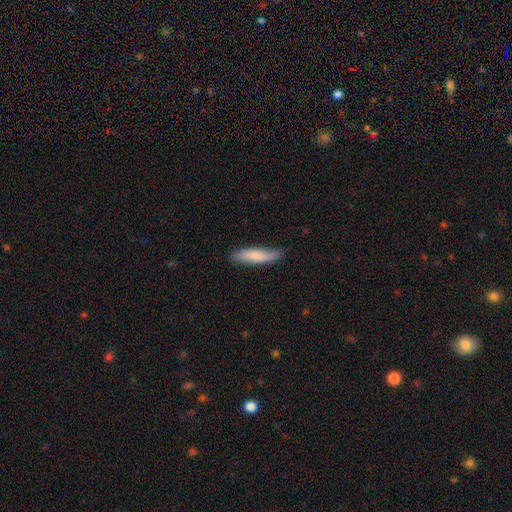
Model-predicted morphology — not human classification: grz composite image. It shows a smooth galaxy with no disk features (79%) that is cigar-shaped (82%). Merging: none (83%).